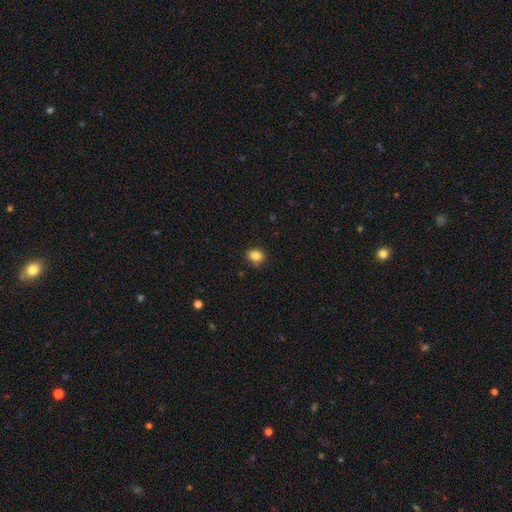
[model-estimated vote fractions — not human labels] Morphology: type=smooth (85%); roundness=round (69%); merging=none (85%).